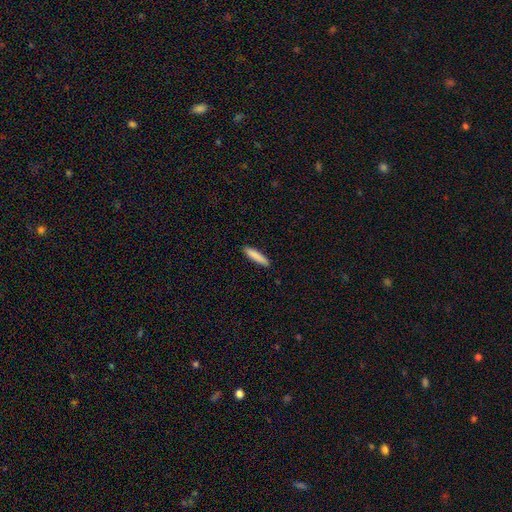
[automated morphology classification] A smooth galaxy with no disk features (87%) that is cigar-shaped (85%). Merging: none (90%).